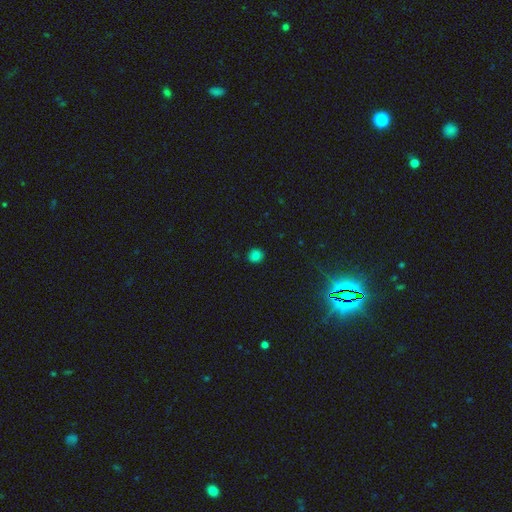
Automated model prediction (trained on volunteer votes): Smooth or featured? Predicted: smooth (p=0.79). How rounded? Predicted: round (p=0.90). Merging? Predicted: none (p=0.89).